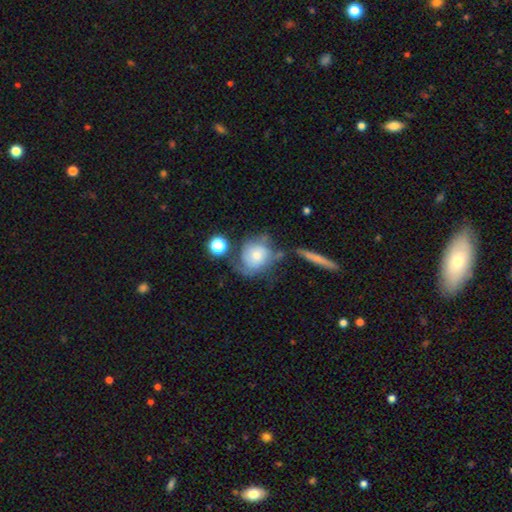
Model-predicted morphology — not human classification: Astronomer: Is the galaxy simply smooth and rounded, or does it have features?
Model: featured or disk — 48% (runner-up: smooth, 44%).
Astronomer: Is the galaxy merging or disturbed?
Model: none — 41% (runner-up: minor disturbance, 24%).